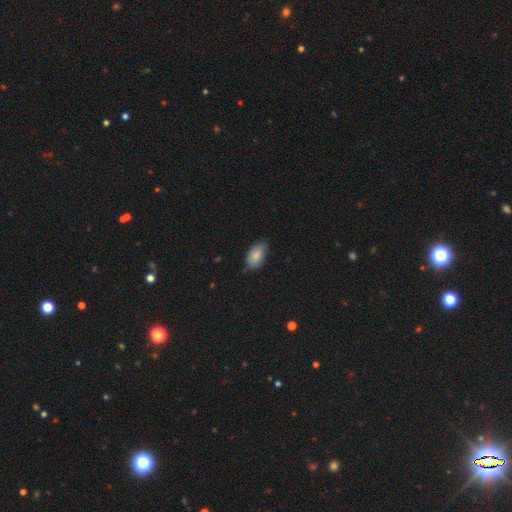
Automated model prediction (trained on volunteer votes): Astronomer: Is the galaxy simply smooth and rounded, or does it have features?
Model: smooth — 83%.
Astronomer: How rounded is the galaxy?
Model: in between — 93%.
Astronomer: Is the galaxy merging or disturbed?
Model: none — 69%.